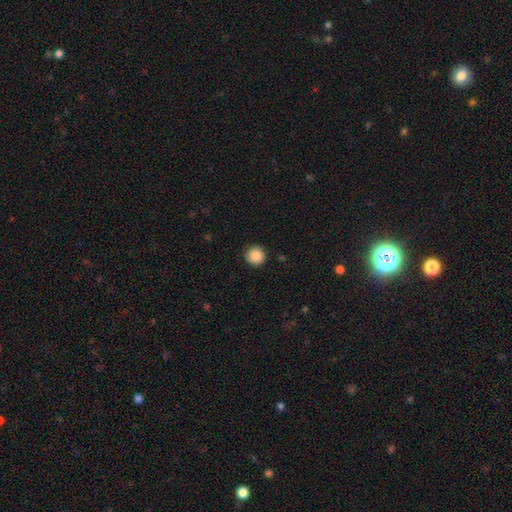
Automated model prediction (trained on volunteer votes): Morphology: type=smooth (88%); roundness=round (95%); merging=none (90%).